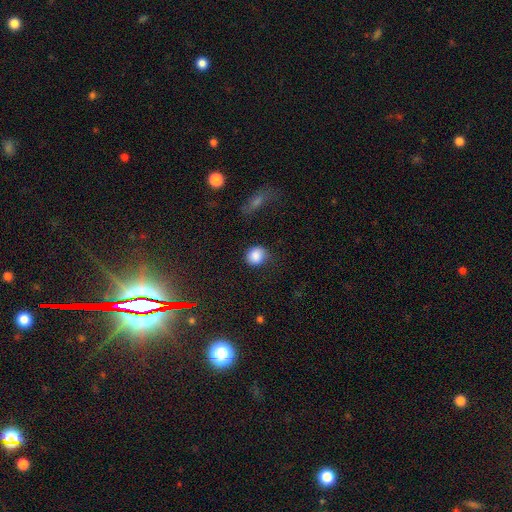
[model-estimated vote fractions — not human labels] Q: Smooth or featured?
A: smooth (86%); runner-up: star or artifact (9%)
Q: How rounded?
A: round (80%); runner-up: in between (19%)
Q: Merging?
A: none (71%); runner-up: minor disturbance (19%)